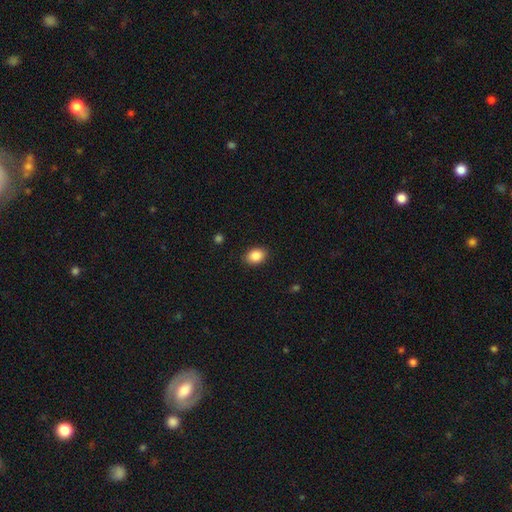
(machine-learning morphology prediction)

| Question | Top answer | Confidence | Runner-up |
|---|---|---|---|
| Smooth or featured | smooth | 87% | star or artifact (8%) |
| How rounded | in between | 74% | round (25%) |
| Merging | none | 88% | minor disturbance (8%) |